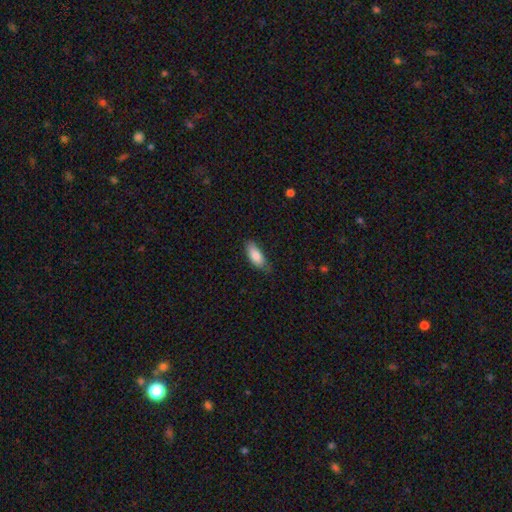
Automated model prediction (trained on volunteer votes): A smooth galaxy with no disk features (83%) that is in between round and cigar-shaped (79%).

Vote fractions:
- Smooth or featured? smooth: 83% / featured or disk: 11% / star or artifact: 6%
- How rounded? in between: 79% / cigar-shaped: 20% / round: 2%
- Merging? none: 73% / minor disturbance: 22% / major disturbance: 3% / merger: 1%